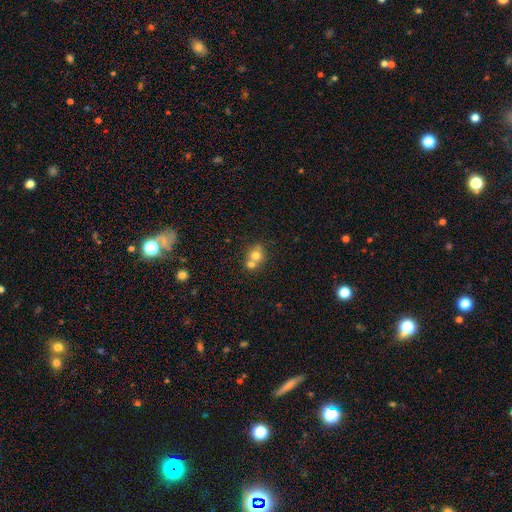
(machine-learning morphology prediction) This is likely a smooth galaxy (73%). How rounded: likely round (75%). Merging: possibly merger (53%).